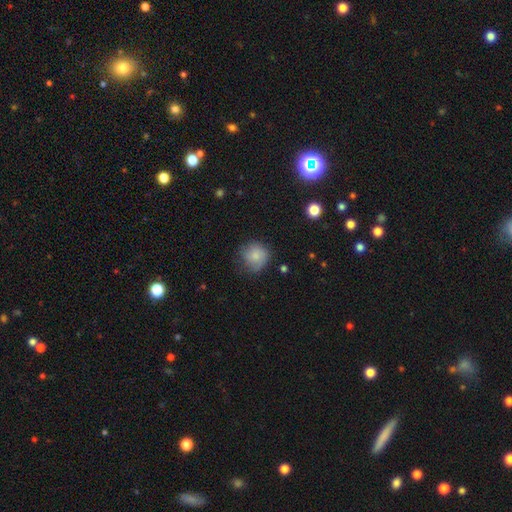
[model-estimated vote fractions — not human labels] Smooth or featured? smooth (80%)
How rounded? round (87%)
Merging? none (63%)